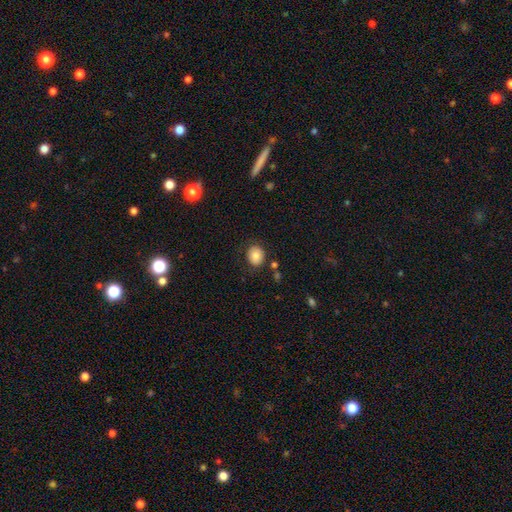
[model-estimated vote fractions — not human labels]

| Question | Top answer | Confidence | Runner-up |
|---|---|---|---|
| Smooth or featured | smooth | 82% | featured or disk (9%) |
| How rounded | round | 67% | in between (32%) |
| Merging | none | 80% | minor disturbance (13%) |